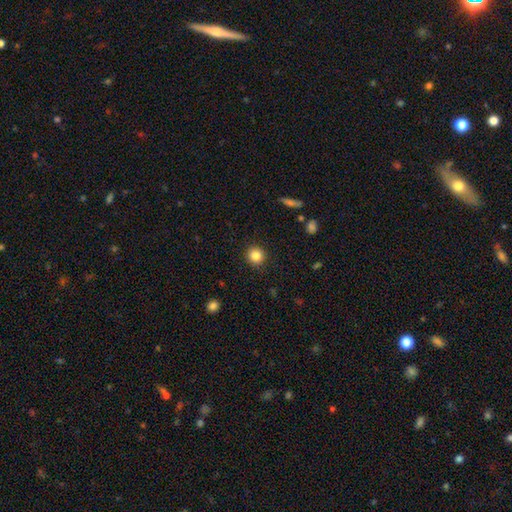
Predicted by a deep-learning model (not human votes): smooth_or_featured: smooth (p=0.84) [alt: star or artifact p=0.11]
how_rounded: round (p=0.92) [alt: in between p=0.07]
merging: none (p=0.91) [alt: minor disturbance p=0.06]